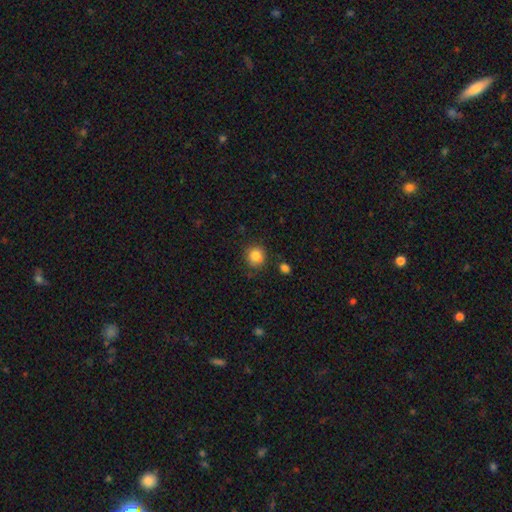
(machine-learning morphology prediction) Smooth or featured?
  - smooth: 84% *
  - star or artifact: 11%
  - featured or disk: 5%
How rounded?
  - round: 88% *
  - in between: 11%
  - cigar-shaped: 1%
Merging?
  - none: 82% *
  - minor disturbance: 12%
  - merger: 3%
  - major disturbance: 3%